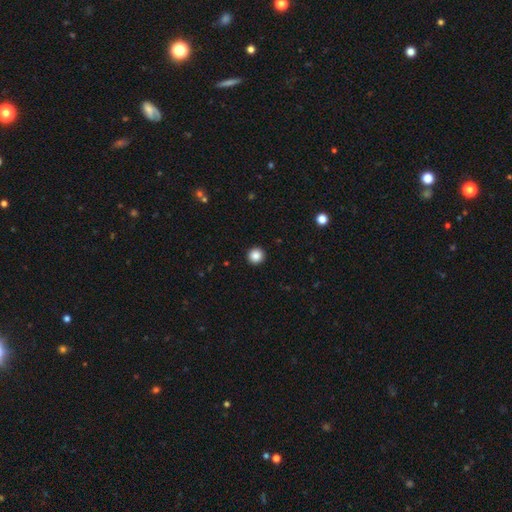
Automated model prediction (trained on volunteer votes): Smooth or featured? Predicted: smooth (p=0.86). How rounded? Predicted: round (p=0.96). Merging? Predicted: none (p=0.94).